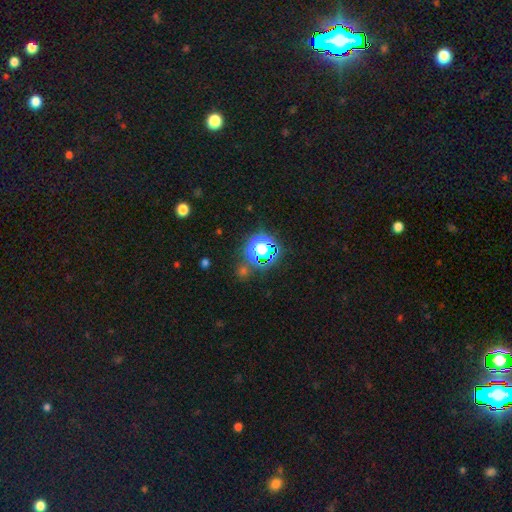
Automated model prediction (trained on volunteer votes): Morphology: type=star or artifact (77%).